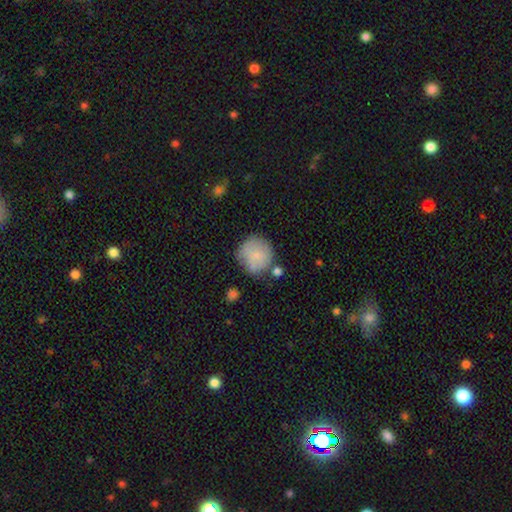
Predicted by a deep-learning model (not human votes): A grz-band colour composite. It shows a smooth galaxy with no disk features (78%) that is round (91%). Merging: none (58%).